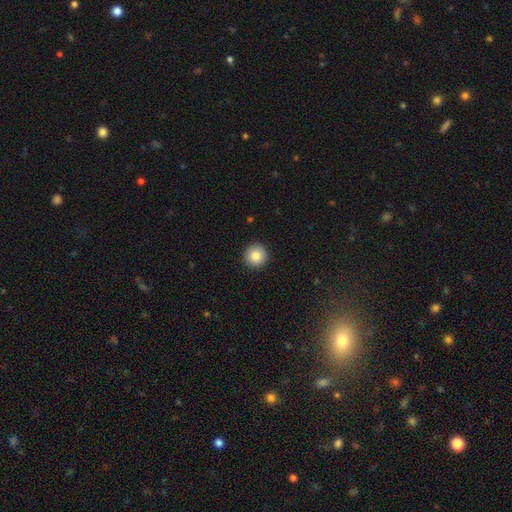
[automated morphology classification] smooth 85%, star or artifact 9%, featured or disk 7%. Down the decision tree: how rounded — round (96%); merging — none (93%).